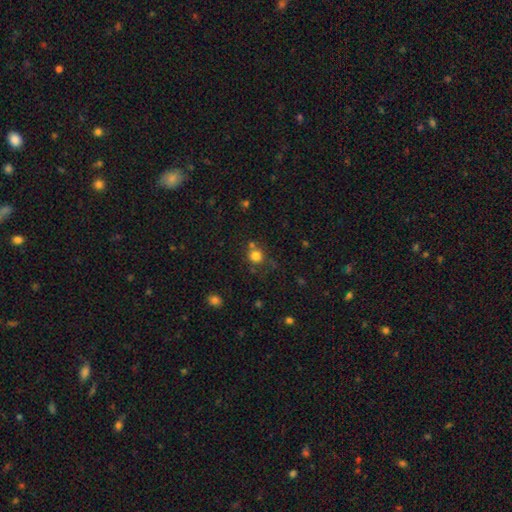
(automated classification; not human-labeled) Smooth or featured: smooth — 80% (star or artifact — 14%)
How rounded: round — 91% (in between — 8%)
Merging: none — 65% (merger — 19%)